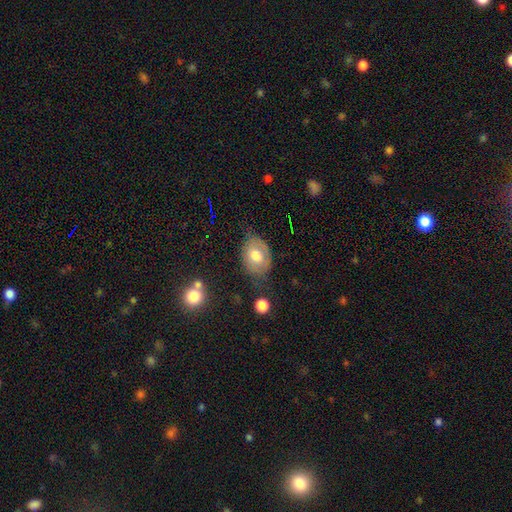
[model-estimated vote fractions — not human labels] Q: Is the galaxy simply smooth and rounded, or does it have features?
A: smooth — 65%.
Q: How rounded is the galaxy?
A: in between — 71%.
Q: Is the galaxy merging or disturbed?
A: none — 62%.